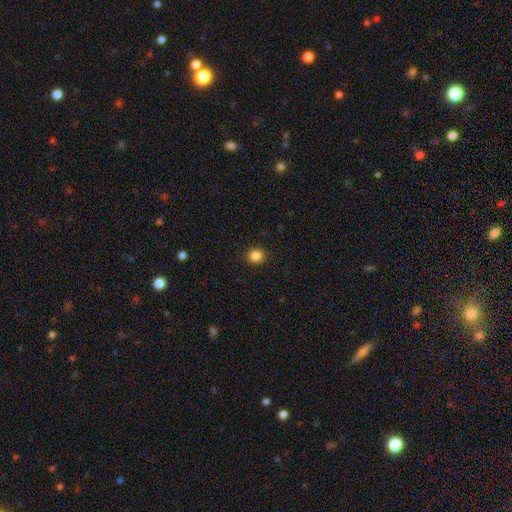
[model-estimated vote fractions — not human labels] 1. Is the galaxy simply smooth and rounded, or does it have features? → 85% smooth, 11% star or artifact, 3% featured or disk.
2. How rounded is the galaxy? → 90% round, 10% in between, 1% cigar-shaped.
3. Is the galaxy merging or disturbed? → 92% none, 5% minor disturbance, 2% major disturbance, 1% merger.